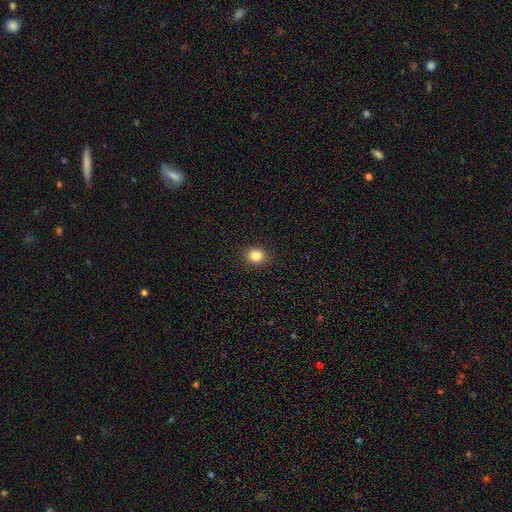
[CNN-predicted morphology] This appears to be a smooth galaxy with no disk features (84%) that is round (65%). Merging: none (90%).